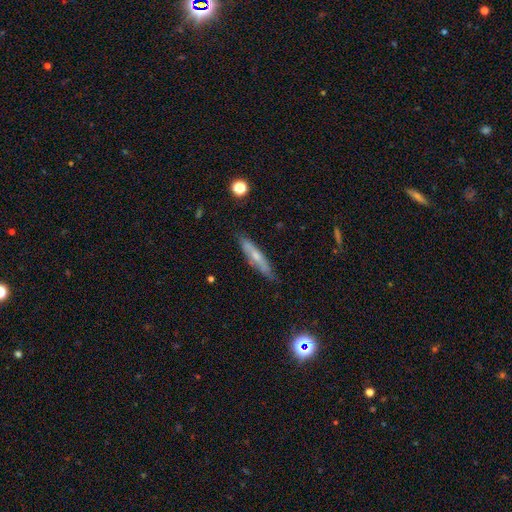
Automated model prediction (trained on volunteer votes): Morphology: type=smooth (49%); merging=none (80%).